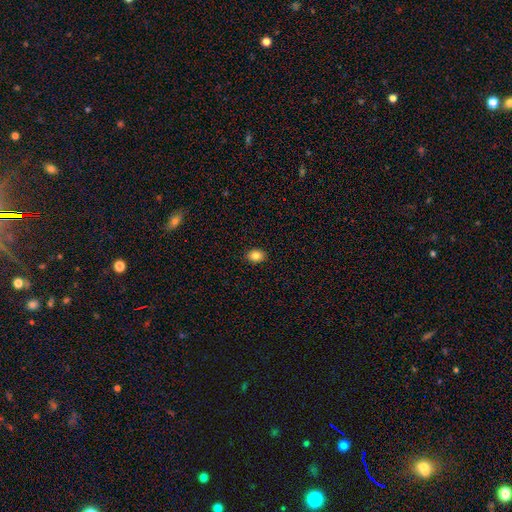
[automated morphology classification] smooth-or-featured: smooth: 85% | star or artifact: 10% | featured or disk: 5%
  how-rounded: in between: 60% | round: 39% | cigar-shaped: 1%
  merging: none: 90% | minor disturbance: 7% | major disturbance: 2% | merger: 1%